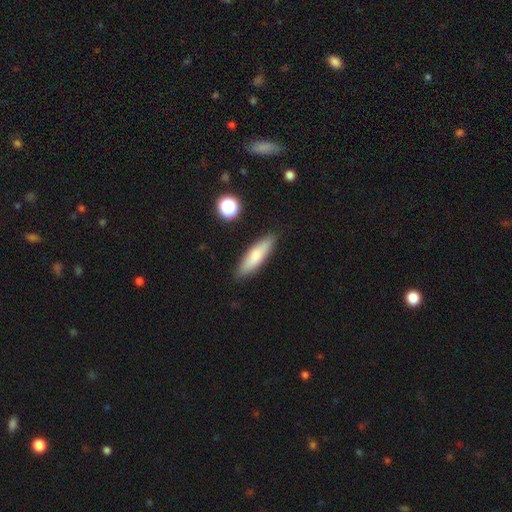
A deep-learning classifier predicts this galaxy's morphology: smooth_or_featured: smooth (p=0.75) [alt: featured or disk p=0.18]
how_rounded: cigar-shaped (p=0.68) [alt: in between p=0.30]
merging: none (p=0.86) [alt: minor disturbance p=0.10]